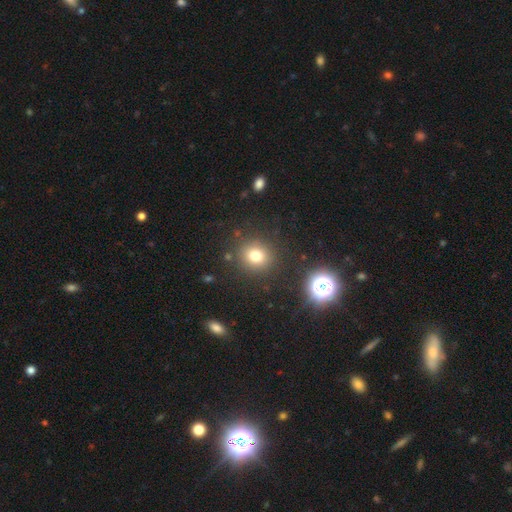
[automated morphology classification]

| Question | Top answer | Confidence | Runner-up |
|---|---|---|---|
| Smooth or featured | smooth | 76% | star or artifact (16%) |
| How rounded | round | 83% | in between (16%) |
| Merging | none | 87% | minor disturbance (7%) |